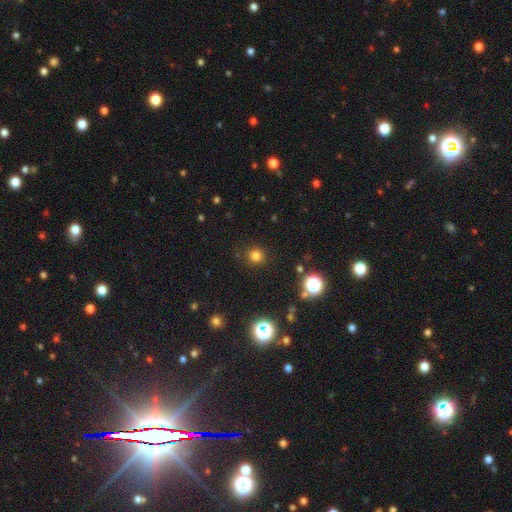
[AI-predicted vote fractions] This is likely a smooth galaxy (76%). How rounded: clearly round (93%). Merging: clearly none (89%).